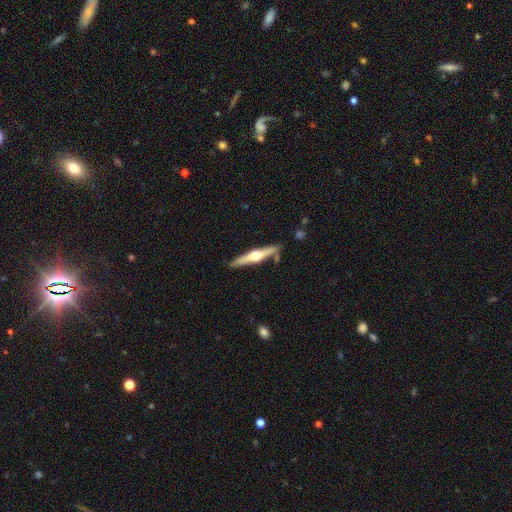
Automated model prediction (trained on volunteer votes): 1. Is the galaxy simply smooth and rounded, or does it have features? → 71% featured or disk, 25% smooth, 4% star or artifact.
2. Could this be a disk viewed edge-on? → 97% yes, 3% no.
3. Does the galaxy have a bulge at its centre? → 95% rounded, 3% boxy, 2% none.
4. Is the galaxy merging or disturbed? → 84% none, 10% minor disturbance, 4% merger, 2% major disturbance.